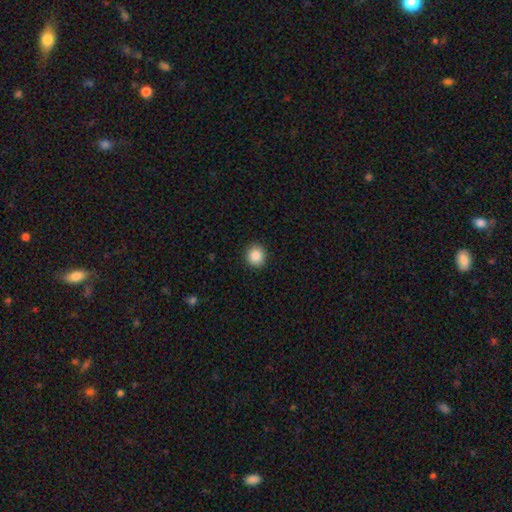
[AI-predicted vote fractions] smooth-or-featured: smooth: 87% | star or artifact: 9% | featured or disk: 4%
  how-rounded: round: 85% | in between: 14% | cigar-shaped: 1%
  merging: none: 91% | minor disturbance: 6% | major disturbance: 2% | merger: 1%